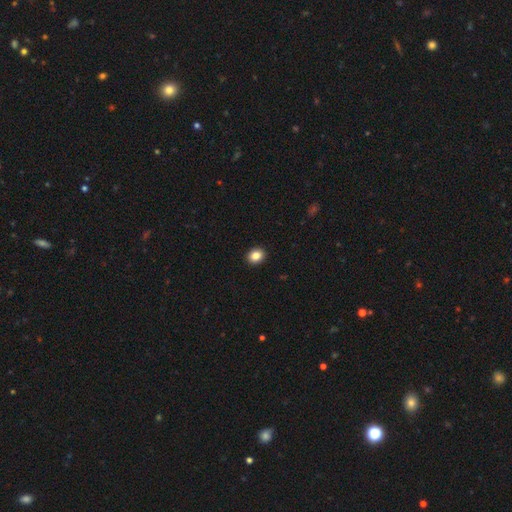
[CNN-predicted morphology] The model was most divided on "how rounded": round: 61%, in between: 38%, cigar-shaped: 1%. More confident: merging — none (93%); smooth or featured — smooth (85%).